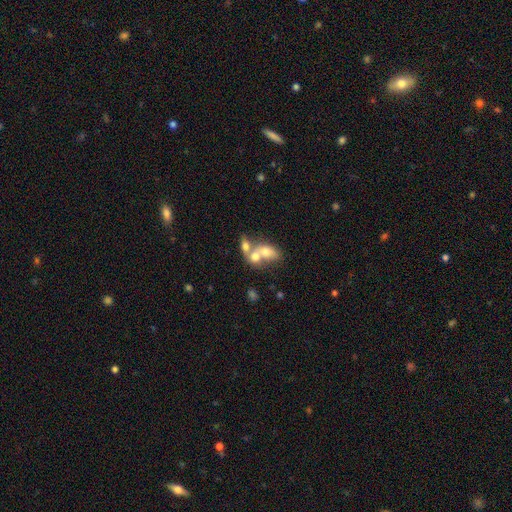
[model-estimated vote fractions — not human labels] This appears to be a smooth galaxy with no disk features (63%) that is in between round and cigar-shaped (69%). Merging: merger (72%).